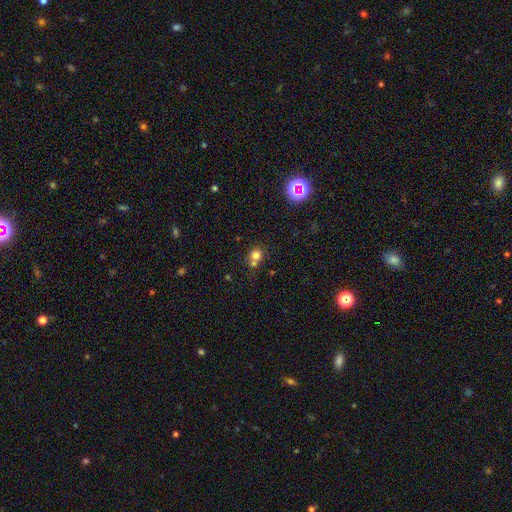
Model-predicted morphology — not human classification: smooth_or_featured: smooth (p=0.75) [alt: star or artifact p=0.15]
how_rounded: round (p=0.85) [alt: in between p=0.14]
merging: none (p=0.48) [alt: merger p=0.41]